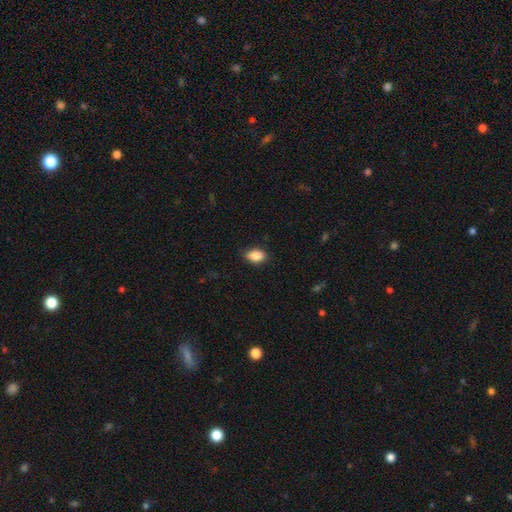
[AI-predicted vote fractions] Morphology: type=smooth (87%); roundness=in between (88%); merging=none (85%).